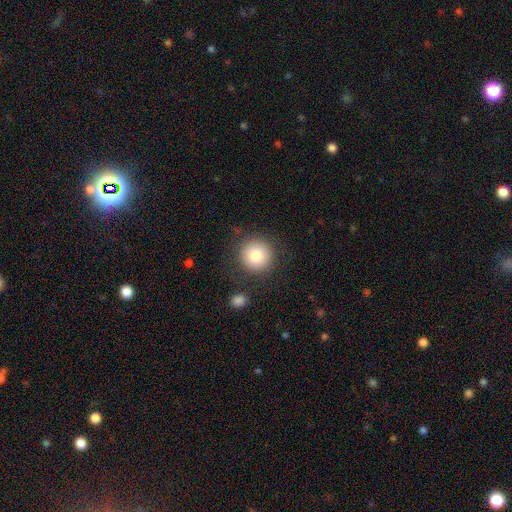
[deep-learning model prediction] smooth_or_featured: smooth (p=0.83) [alt: star or artifact p=0.09]
how_rounded: round (p=0.95) [alt: in between p=0.04]
merging: none (p=0.85) [alt: minor disturbance p=0.09]